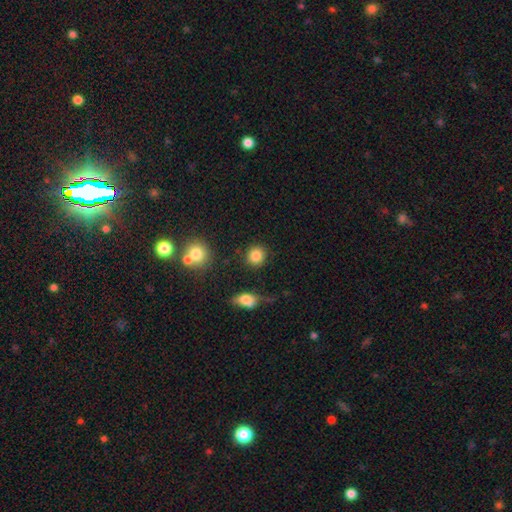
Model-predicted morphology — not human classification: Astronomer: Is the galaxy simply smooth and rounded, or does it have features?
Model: smooth — 85%.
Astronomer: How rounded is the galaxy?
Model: round — 85%.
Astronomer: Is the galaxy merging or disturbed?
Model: none — 85%.